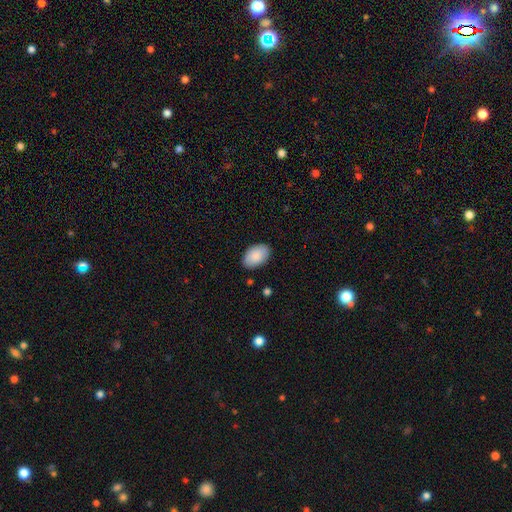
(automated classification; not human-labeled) Morphology: type=smooth (88%); roundness=in between (93%); merging=none (87%).